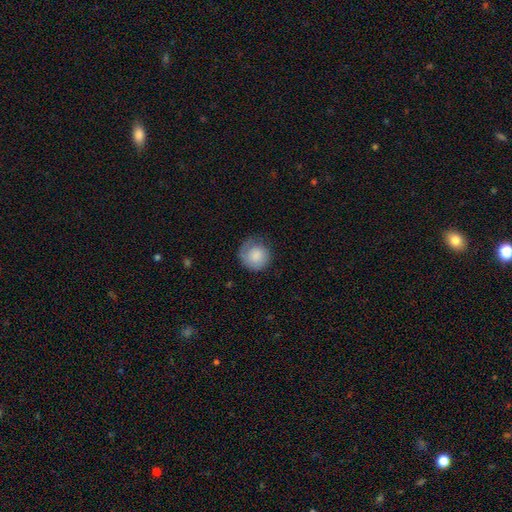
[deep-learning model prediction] smooth 74%, featured or disk 20%, star or artifact 6%. Down the decision tree: how rounded — round (90%); merging — none (64%).